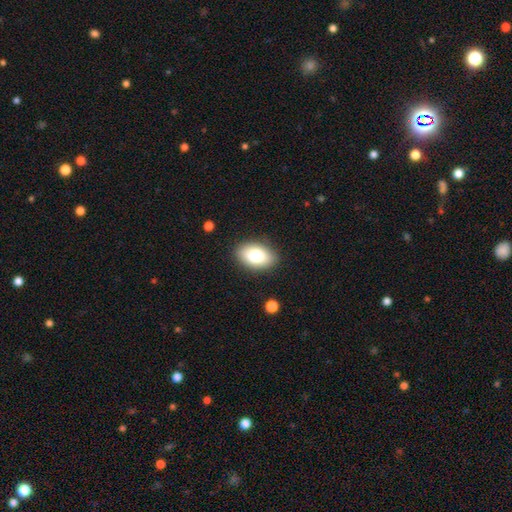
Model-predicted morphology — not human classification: Overall: smooth (78%). How rounded: in between (89%). Merging: none (87%).